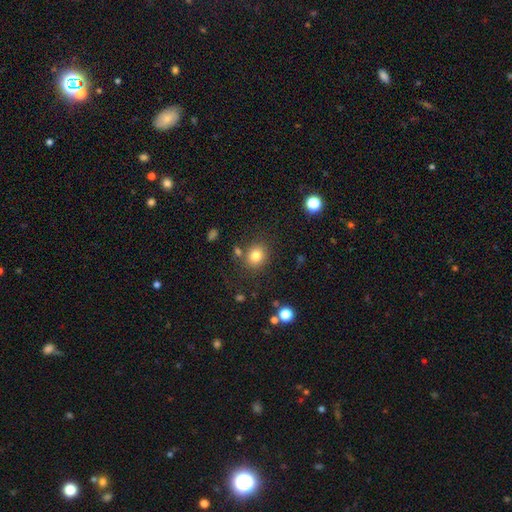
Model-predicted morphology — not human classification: This is likely a smooth galaxy (80%). How rounded: likely round (74%). Merging: likely none (78%).